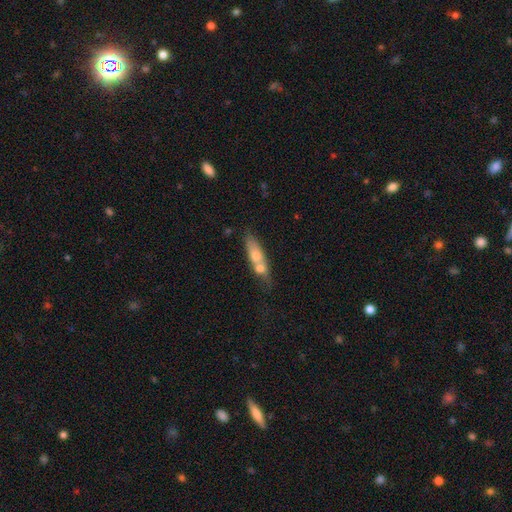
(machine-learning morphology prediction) Q: Smooth or featured?
A: smooth (58%); runner-up: featured or disk (34%)
Q: How rounded?
A: cigar-shaped (54%); runner-up: in between (40%)
Q: Merging?
A: merger (43%); runner-up: none (37%)